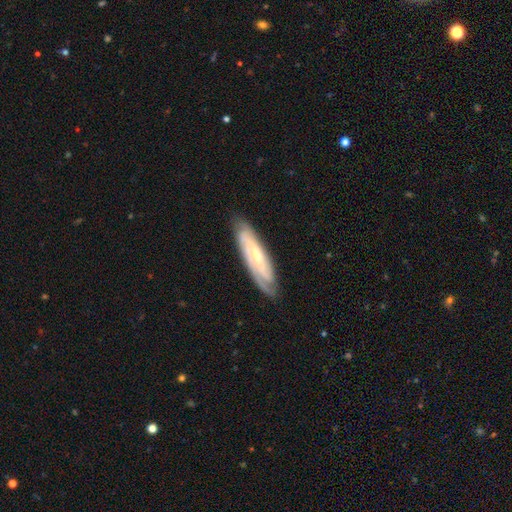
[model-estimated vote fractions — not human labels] Q: Smooth or featured?
A: featured or disk (77%); runner-up: smooth (18%)
Q: Edge-on disk?
A: no (76%); runner-up: yes (24%)
Q: Bar?
A: no (42%); runner-up: weak (35%)
Q: Spiral arms?
A: yes (94%); runner-up: no (6%)
Q: Spiral winding?
A: tight (57%); runner-up: medium (33%)
Q: Spiral arm count?
A: 2 (45%); runner-up: can't tell (30%)
Q: Bulge size?
A: small (62%); runner-up: moderate (31%)
Q: Merging?
A: none (80%); runner-up: minor disturbance (15%)